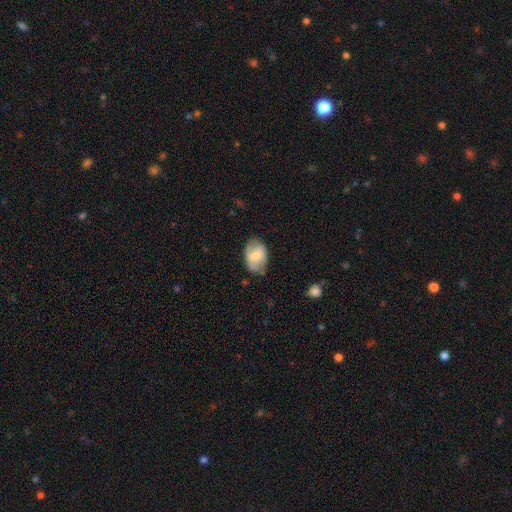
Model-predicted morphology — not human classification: Smooth or featured?
  - smooth: 59% *
  - featured or disk: 34%
  - star or artifact: 7%
How rounded?
  - in between: 83% *
  - round: 16%
  - cigar-shaped: 1%
Merging?
  - none: 69% *
  - minor disturbance: 24%
  - major disturbance: 5%
  - merger: 2%